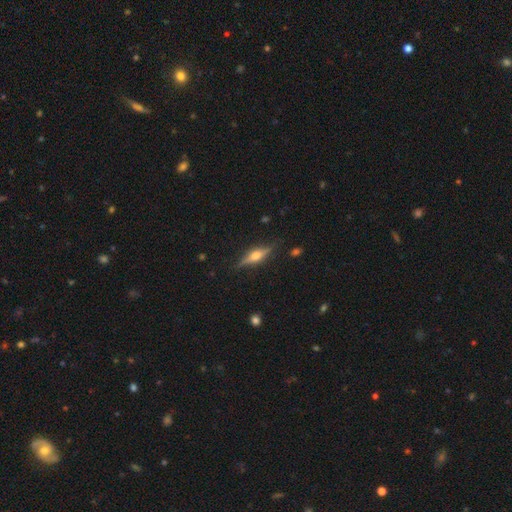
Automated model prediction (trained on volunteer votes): Smooth or featured? featured or disk (67%)
Edge-on disk? yes (96%)
Edge-on bulge? rounded (92%)
Merging? none (85%)